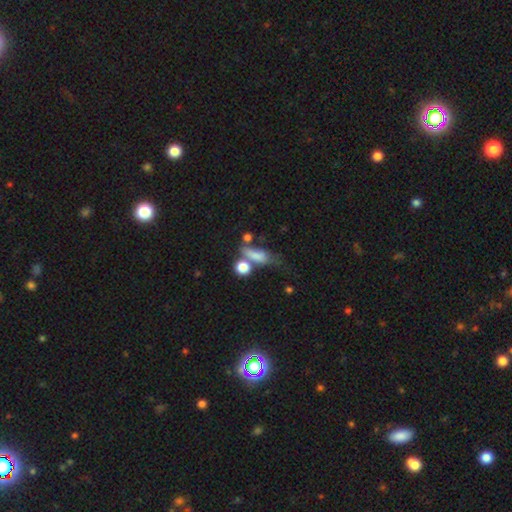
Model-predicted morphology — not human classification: type=smooth (71%); roundness=in between (55%); merging=none (34%).